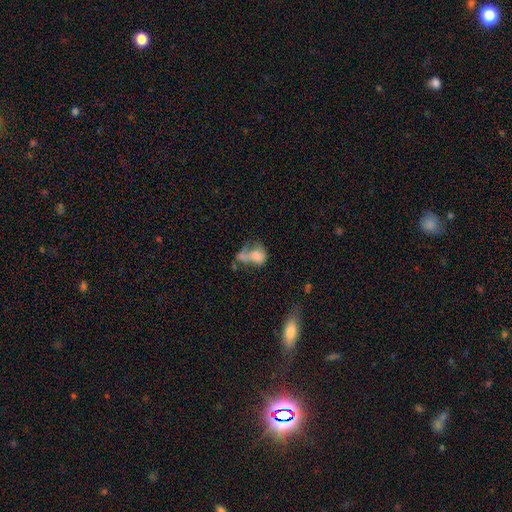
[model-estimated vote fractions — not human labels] A smooth galaxy with no disk features (61%) that is in between round and cigar-shaped (70%).

Vote fractions:
- Smooth or featured? smooth: 61% / featured or disk: 27% / star or artifact: 12%
- How rounded? in between: 70% / round: 27% / cigar-shaped: 2%
- Merging? merger: 46% / major disturbance: 21% / none: 19% / minor disturbance: 14%